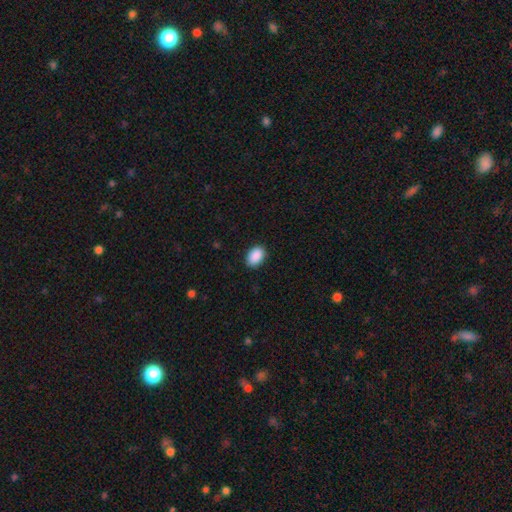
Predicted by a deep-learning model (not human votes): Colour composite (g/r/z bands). It shows a smooth galaxy with no disk features (90%) that is in between round and cigar-shaped (85%). Merging: none (87%).